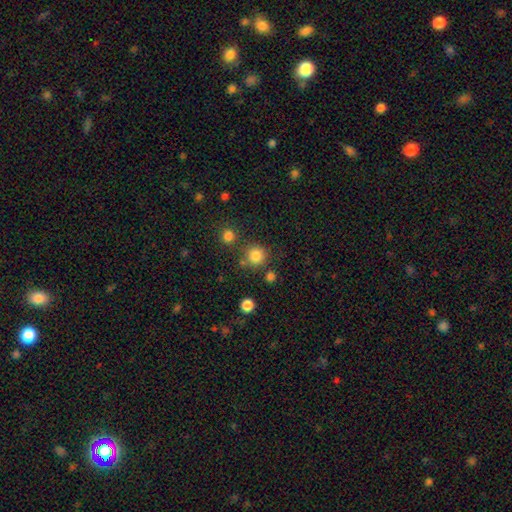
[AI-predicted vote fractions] This is clearly a smooth galaxy (83%). How rounded: clearly round (92%). Merging: likely none (77%).